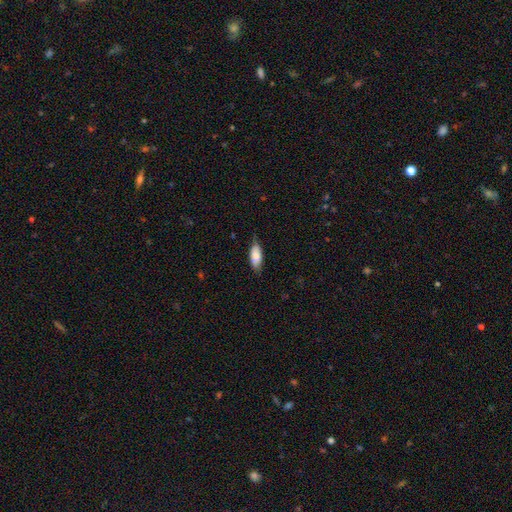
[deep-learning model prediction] This appears to be a smooth galaxy with no disk features (83%) that is in between round and cigar-shaped (80%). Merging: none (72%).